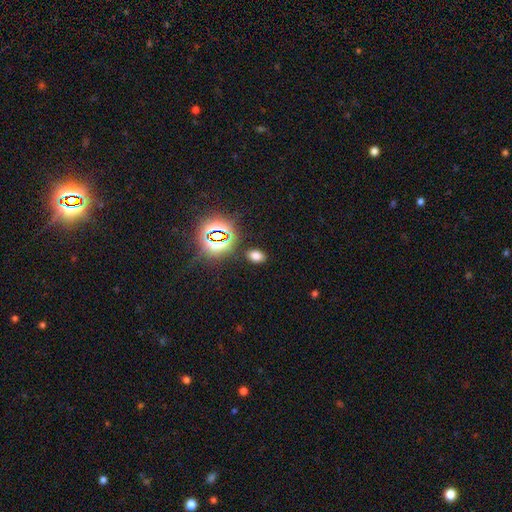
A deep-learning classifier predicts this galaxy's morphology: Smooth or featured? smooth (67%)
How rounded? in between (84%)
Merging? none (86%)